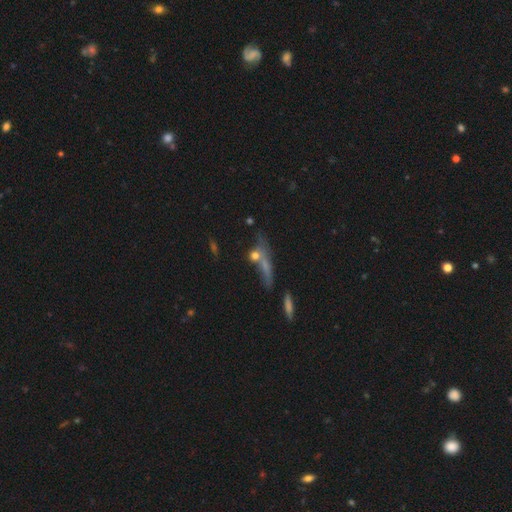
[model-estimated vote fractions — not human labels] A smooth galaxy with no disk features (57%) that is round (38%). Merging: none (41%).